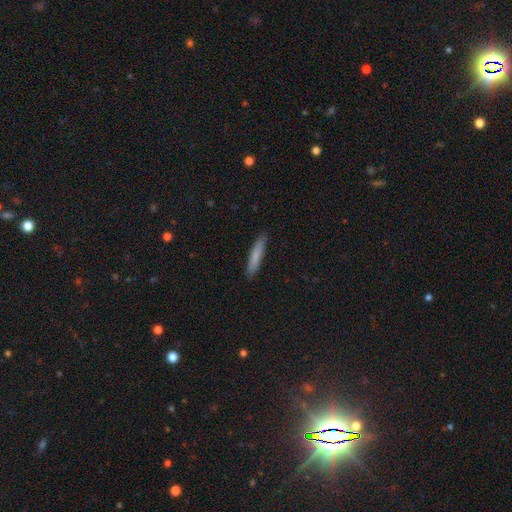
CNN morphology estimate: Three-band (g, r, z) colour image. It shows a smooth galaxy with no disk features (79%) that is cigar-shaped (91%). Merging: none (90%).